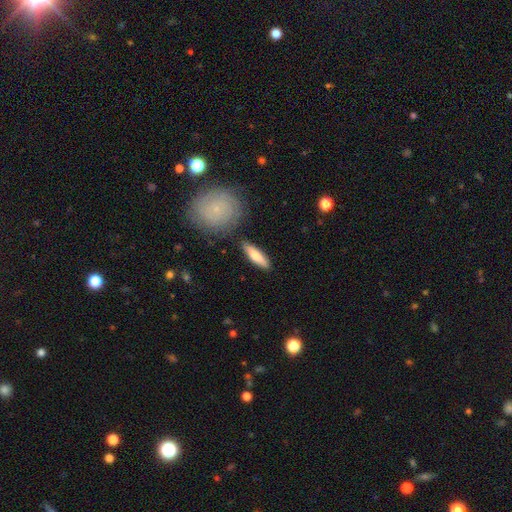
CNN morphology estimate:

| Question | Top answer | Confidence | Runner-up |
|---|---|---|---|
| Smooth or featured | smooth | 71% | featured or disk (24%) |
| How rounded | cigar-shaped | 67% | in between (31%) |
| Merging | none | 83% | minor disturbance (10%) |